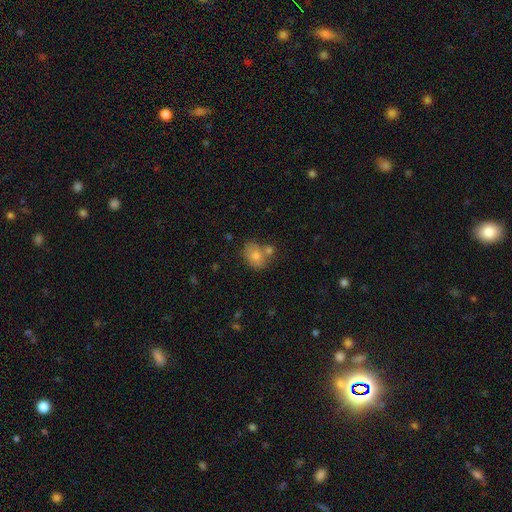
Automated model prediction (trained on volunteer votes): The model was most divided on "how rounded": in between: 62%, round: 36%, cigar-shaped: 1%. More confident: smooth or featured — smooth (75%); merging — none (59%).